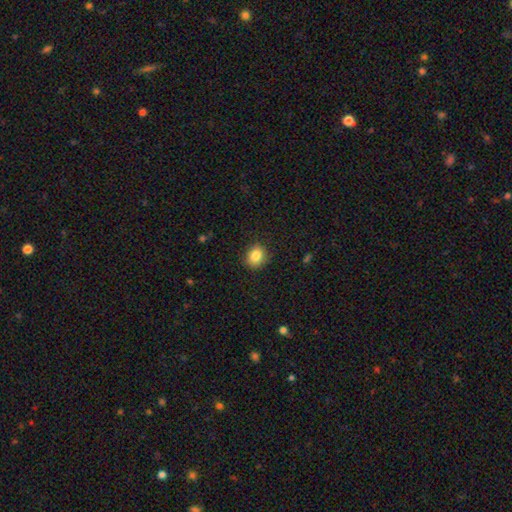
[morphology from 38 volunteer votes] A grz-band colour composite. It shows a smooth galaxy with no disk features (79%) that is round (83%). Merging: none (82%).